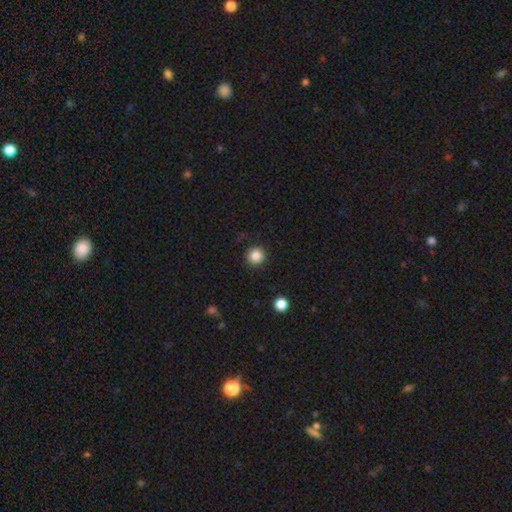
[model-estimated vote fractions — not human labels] Overall: smooth (85%). How rounded: round (95%). Merging: none (89%).